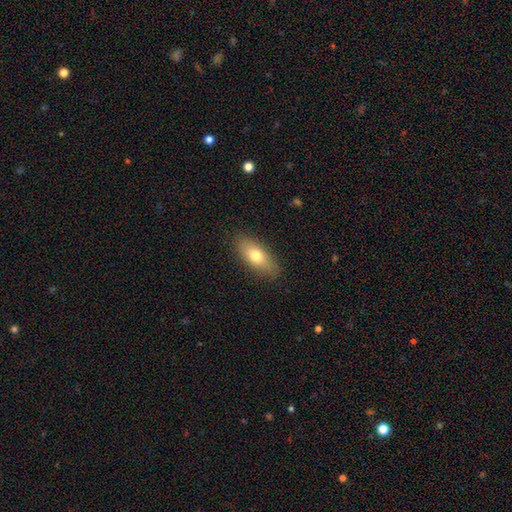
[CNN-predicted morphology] Q: Smooth or featured?
A: smooth (72%); runner-up: featured or disk (21%)
Q: How rounded?
A: in between (77%); runner-up: cigar-shaped (19%)
Q: Merging?
A: none (86%); runner-up: minor disturbance (10%)